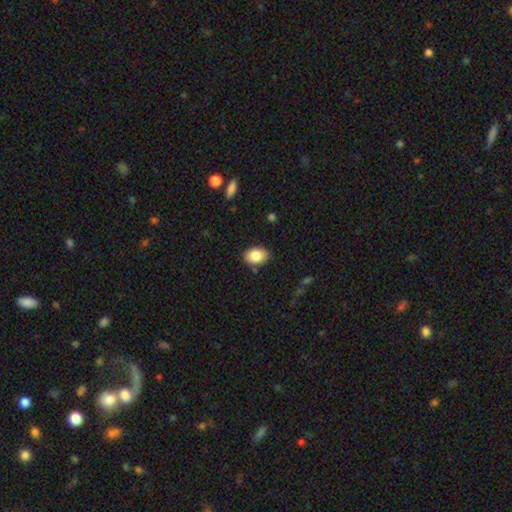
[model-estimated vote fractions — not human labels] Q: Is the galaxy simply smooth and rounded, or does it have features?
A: smooth — 85%.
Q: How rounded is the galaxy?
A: in between — 83%.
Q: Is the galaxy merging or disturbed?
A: none — 84%.